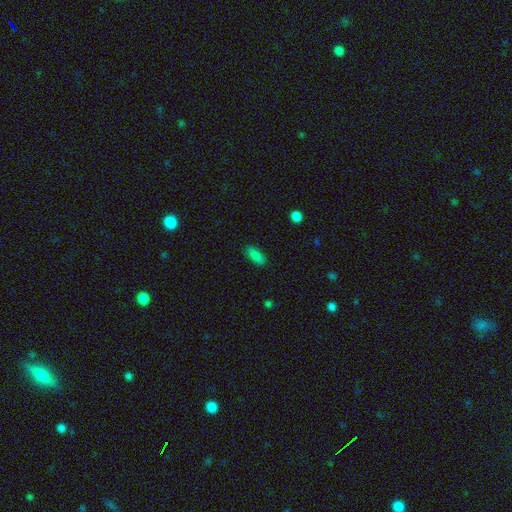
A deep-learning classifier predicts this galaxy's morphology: A smooth galaxy with no disk features (86%) that is in between round and cigar-shaped (72%).

Vote fractions:
- Smooth or featured? smooth: 86% / star or artifact: 9% / featured or disk: 5%
- How rounded? in between: 72% / cigar-shaped: 26% / round: 2%
- Merging? none: 86% / minor disturbance: 10% / major disturbance: 2% / merger: 1%